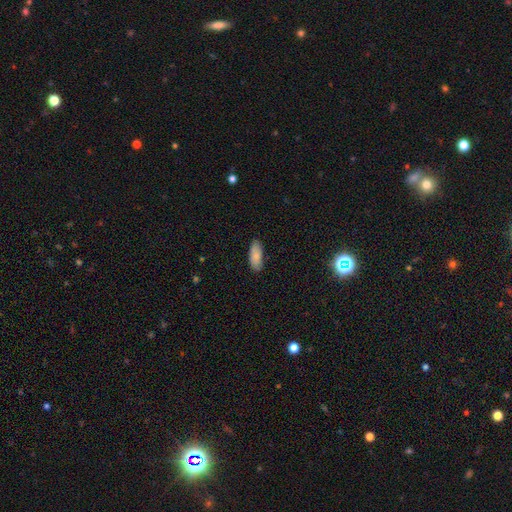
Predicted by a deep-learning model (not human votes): A smooth galaxy with no disk features (85%) that is in between round and cigar-shaped (78%).

Vote fractions:
- Smooth or featured? smooth: 85% / featured or disk: 9% / star or artifact: 6%
- How rounded? in between: 78% / cigar-shaped: 21% / round: 2%
- Merging? none: 85% / minor disturbance: 12% / major disturbance: 2% / merger: 1%